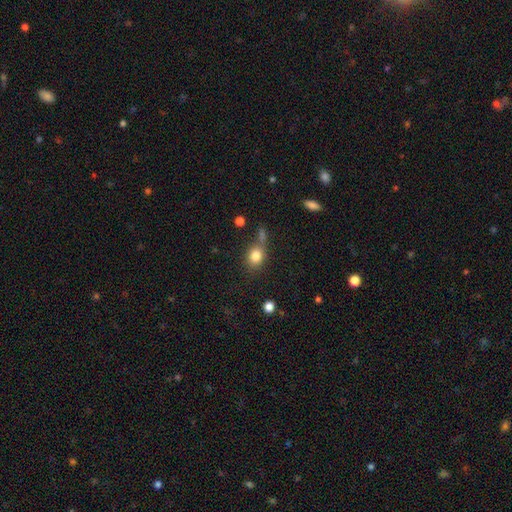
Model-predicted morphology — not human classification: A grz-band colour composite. It shows a smooth galaxy with no disk features (82%) that is round (53%). Merging: none (59%).